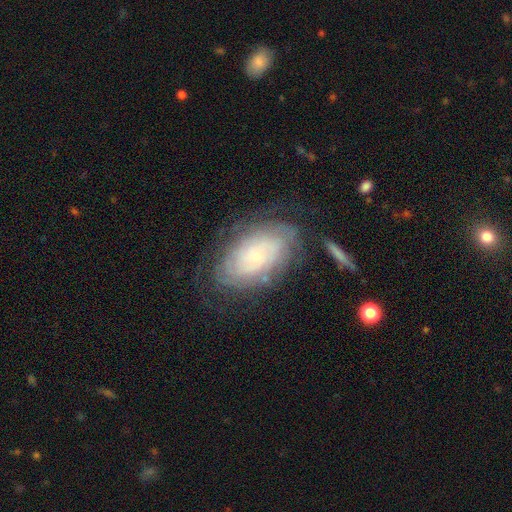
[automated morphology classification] smooth-or-featured: featured or disk: 68% | smooth: 24% | star or artifact: 8%
  disk-edge-on: no: 94% | yes: 6%
    bar: no: 81% | weak: 15% | strong: 4%
    has-spiral-arms: yes: 85% | no: 15%
      spiral-winding: tight: 76% | medium: 17% | loose: 7%
      spiral-arm-count: can't tell: 60% | 2: 13% | 4: 9% | 3: 8% | more than 4: 7% | 1: 4%
    bulge-size: small: 81% | moderate: 13% | none: 3% | large: 2% | dominant: 1%
  merging: none: 69% | minor disturbance: 19% | major disturbance: 9% | merger: 3%